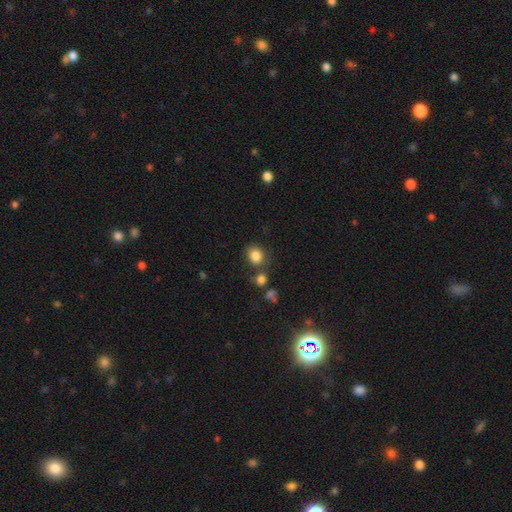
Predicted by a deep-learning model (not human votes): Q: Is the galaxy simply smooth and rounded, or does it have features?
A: smooth — 84%.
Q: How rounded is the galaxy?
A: round — 64%.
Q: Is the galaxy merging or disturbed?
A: none — 68%.